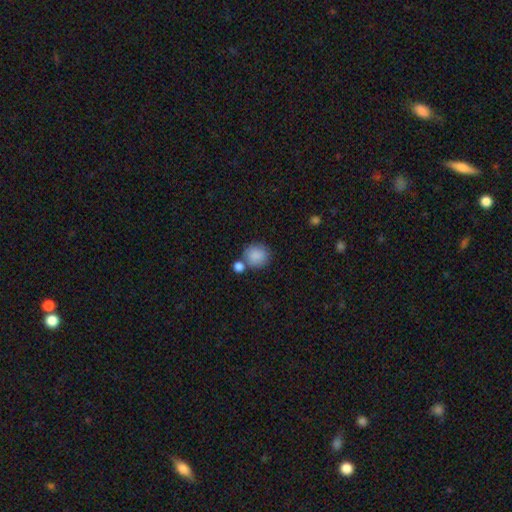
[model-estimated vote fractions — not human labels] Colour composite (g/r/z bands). It shows a smooth galaxy with no disk features (88%) that is round (87%). Merging: none (63%).